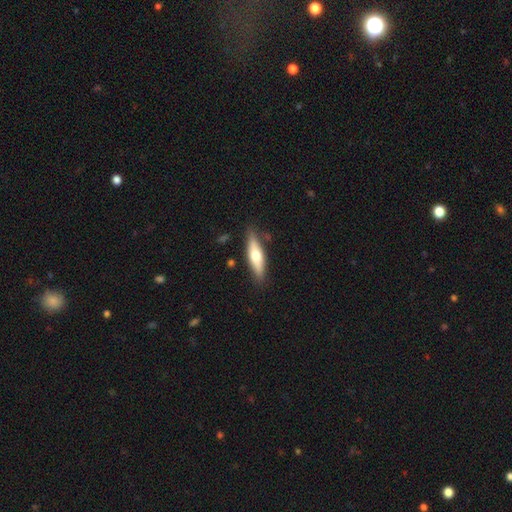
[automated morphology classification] A smooth galaxy with no disk features (54%) that is cigar-shaped (62%). Merging: none (82%).